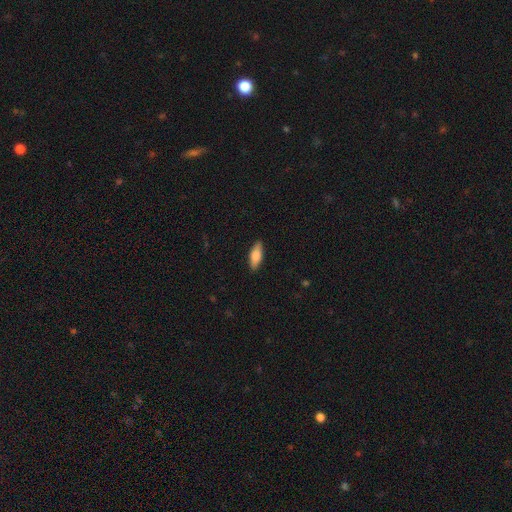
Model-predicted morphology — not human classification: Smooth or featured?
  - smooth: 77% *
  - featured or disk: 17%
  - star or artifact: 6%
How rounded?
  - in between: 75% *
  - cigar-shaped: 23%
  - round: 2%
Merging?
  - none: 88% *
  - minor disturbance: 9%
  - major disturbance: 2%
  - merger: 1%